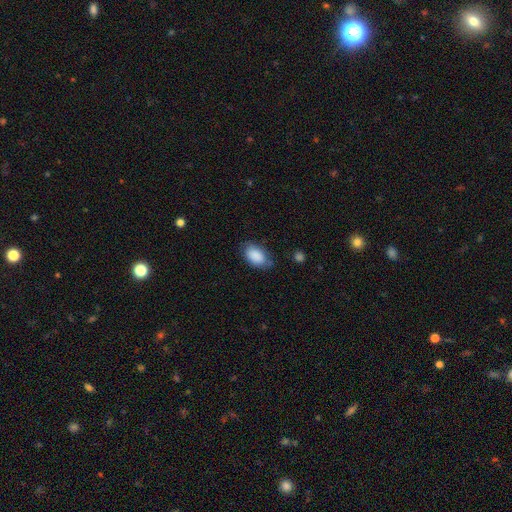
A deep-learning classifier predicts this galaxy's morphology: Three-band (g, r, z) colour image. It shows a smooth galaxy with no disk features (88%) that is in between round and cigar-shaped (92%). Merging: none (70%).